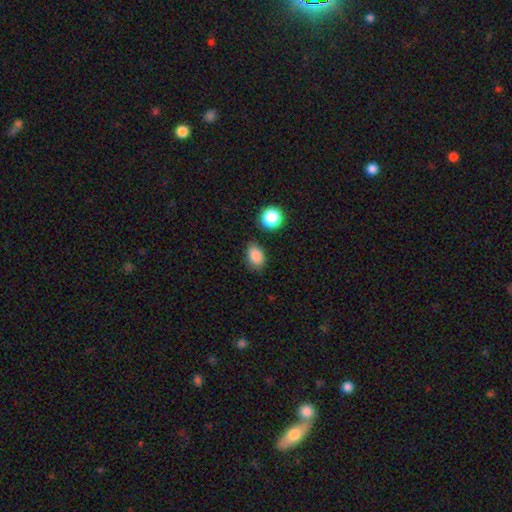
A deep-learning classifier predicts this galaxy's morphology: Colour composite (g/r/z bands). It shows a smooth galaxy with no disk features (86%) that is in between round and cigar-shaped (81%). Merging: none (77%).